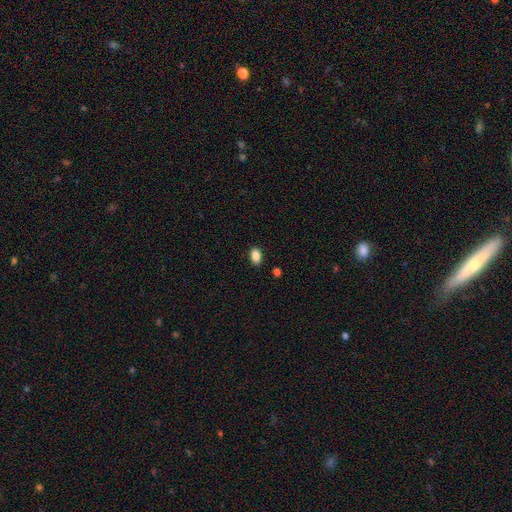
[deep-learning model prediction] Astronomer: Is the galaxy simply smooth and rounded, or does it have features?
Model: smooth — 87%.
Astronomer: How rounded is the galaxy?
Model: in between — 90%.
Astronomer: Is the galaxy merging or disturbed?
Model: none — 88%.